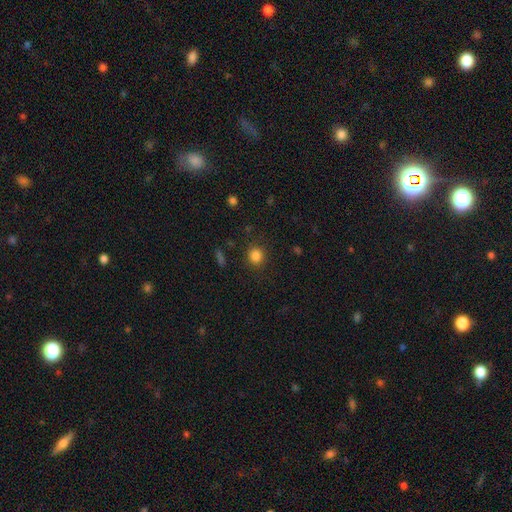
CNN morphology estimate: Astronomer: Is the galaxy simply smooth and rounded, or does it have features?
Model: smooth — 84%.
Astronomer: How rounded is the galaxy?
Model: round — 86%.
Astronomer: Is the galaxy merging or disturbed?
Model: none — 88%.